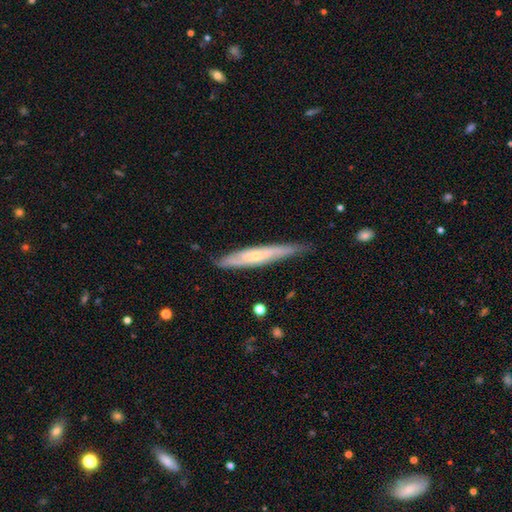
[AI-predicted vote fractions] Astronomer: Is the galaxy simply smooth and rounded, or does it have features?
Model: featured or disk — 56% (runner-up: smooth, 38%).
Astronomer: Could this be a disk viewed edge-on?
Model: yes — 74%.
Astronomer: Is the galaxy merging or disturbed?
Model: none — 76%.